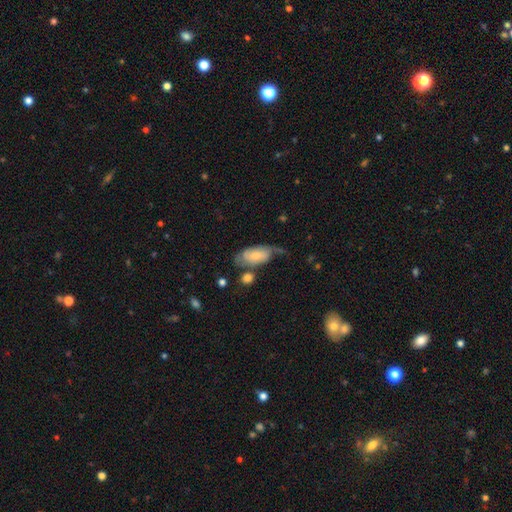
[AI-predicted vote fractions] Overall: smooth (47%; featured or disk 46%). Merging: none (40%; minor disturbance 28%).